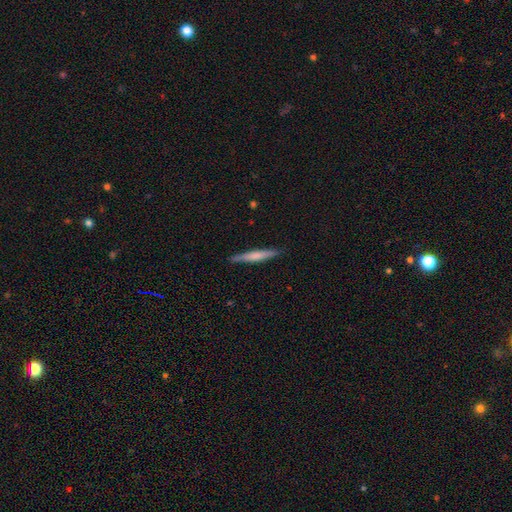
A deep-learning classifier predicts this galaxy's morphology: A smooth galaxy with no disk features (54%) that is cigar-shaped (95%).

Vote fractions:
- Smooth or featured? smooth: 54% / featured or disk: 41% / star or artifact: 6%
- How rounded? cigar-shaped: 95% / in between: 4% / round: 1%
- Merging? none: 89% / minor disturbance: 8% / major disturbance: 1% / merger: 1%